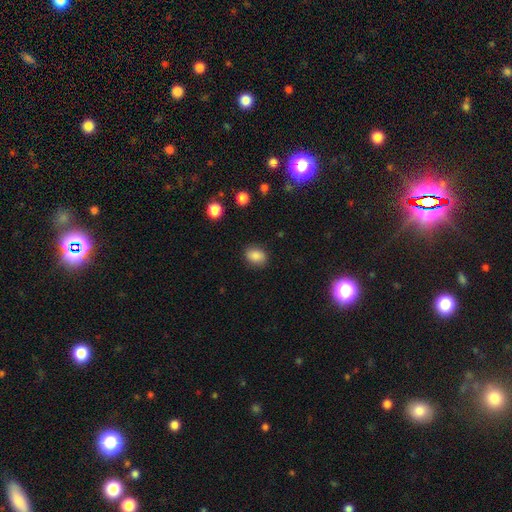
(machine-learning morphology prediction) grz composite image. It shows a smooth galaxy with no disk features (85%) that is in between round and cigar-shaped (66%). Merging: none (85%).